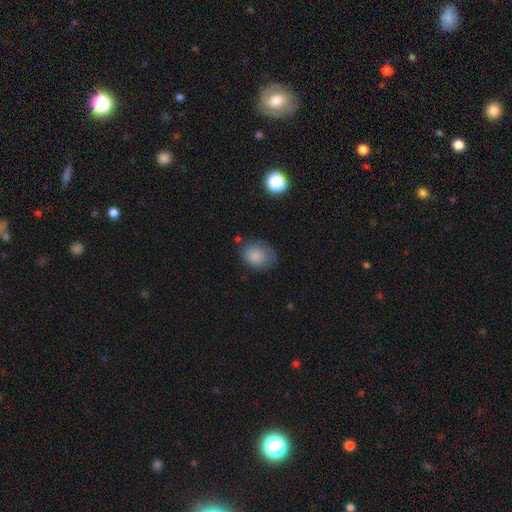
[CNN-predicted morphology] Overall: smooth (83%). How rounded: in between (60%; round 39%). Merging: none (63%; minor disturbance 26%).